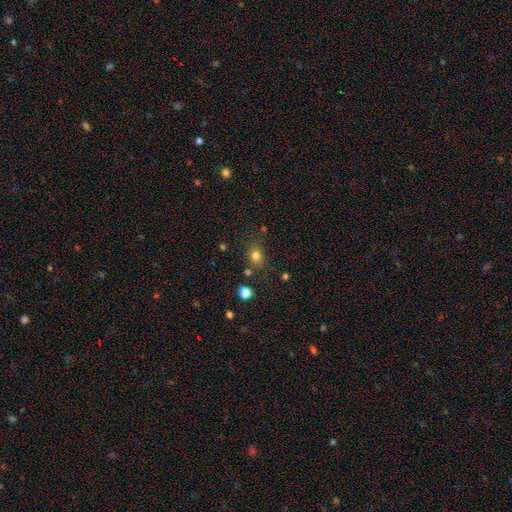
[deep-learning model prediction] Smooth or featured? Predicted: smooth (p=0.78). How rounded? Predicted: round (p=0.53). Merging? Predicted: none (p=0.73).